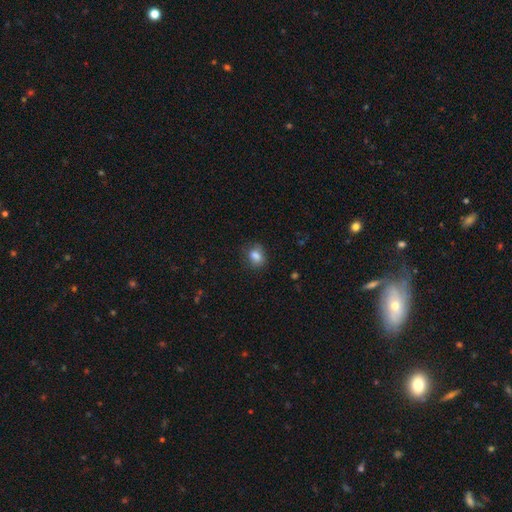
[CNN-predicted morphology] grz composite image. It shows a smooth galaxy with no disk features (82%) that is in between round and cigar-shaped (56%). Merging: none (70%).